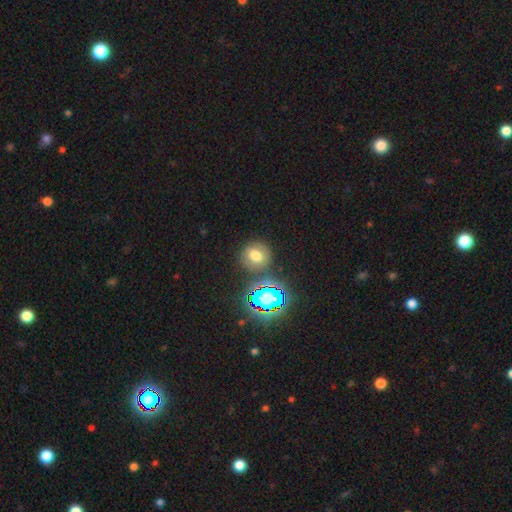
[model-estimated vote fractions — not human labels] This appears to be a smooth galaxy with no disk features (66%) that is round (82%). Merging: none (82%).